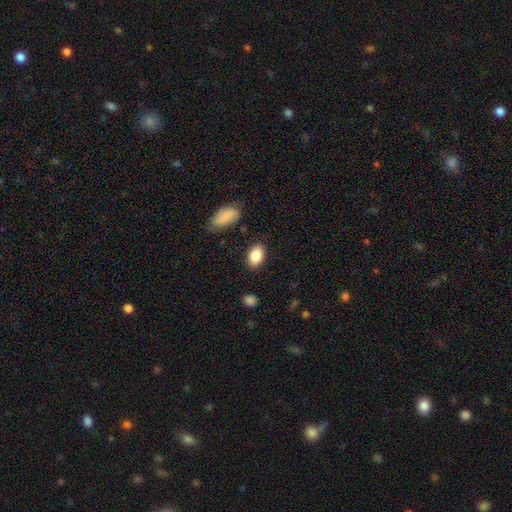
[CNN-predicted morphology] Q: Smooth or featured?
A: smooth (86%); runner-up: star or artifact (7%)
Q: How rounded?
A: in between (91%); runner-up: round (7%)
Q: Merging?
A: none (85%); runner-up: minor disturbance (11%)